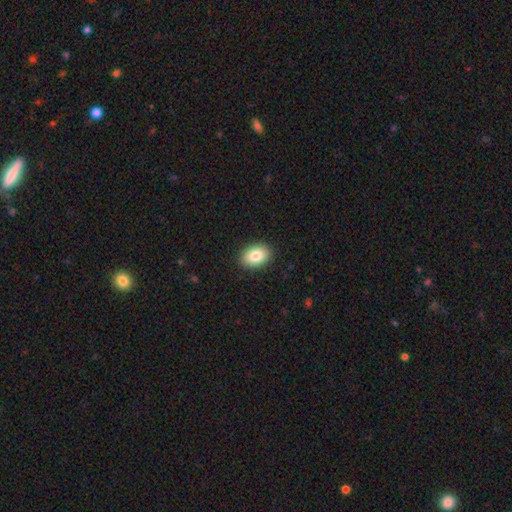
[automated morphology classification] type=smooth (84%); roundness=in between (82%); merging=none (90%).